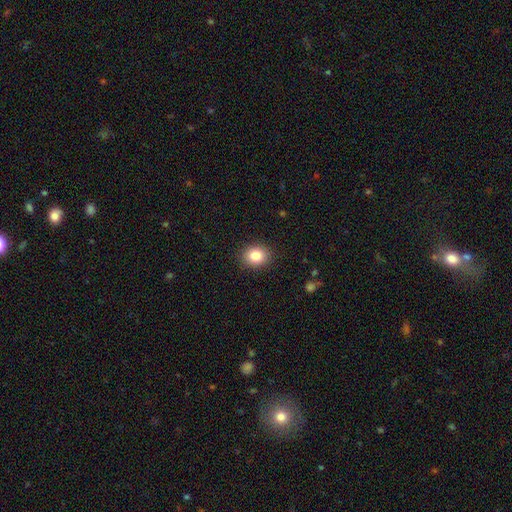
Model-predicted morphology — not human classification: Smooth or featured? Predicted: smooth (p=0.84). How rounded? Predicted: round (p=0.62). Merging? Predicted: none (p=0.89).